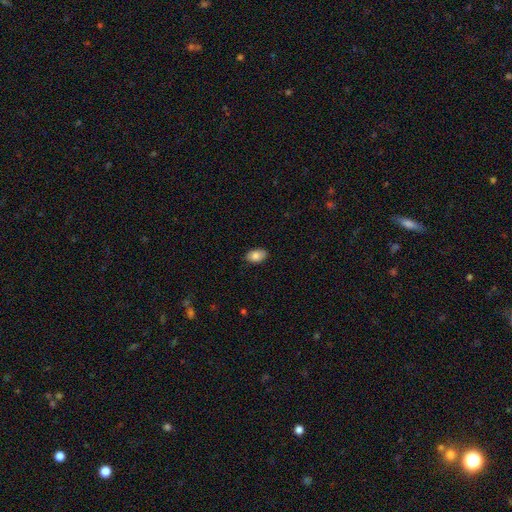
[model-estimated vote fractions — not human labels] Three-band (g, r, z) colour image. It shows a smooth galaxy with no disk features (81%) that is in between round and cigar-shaped (91%). Merging: none (84%).